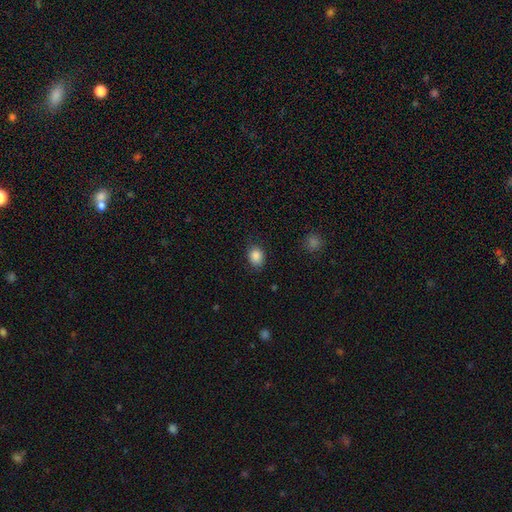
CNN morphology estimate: Smooth or featured? smooth (87%)
How rounded? in between (51%)
Merging? none (82%)